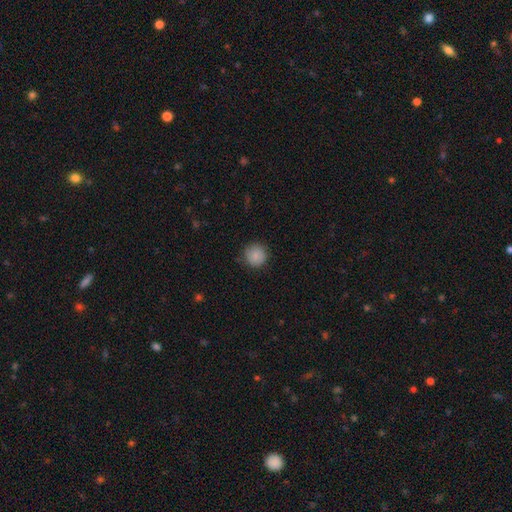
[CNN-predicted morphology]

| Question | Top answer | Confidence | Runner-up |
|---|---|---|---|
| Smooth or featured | smooth | 87% | star or artifact (8%) |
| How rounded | round | 94% | in between (5%) |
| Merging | none | 86% | minor disturbance (11%) |